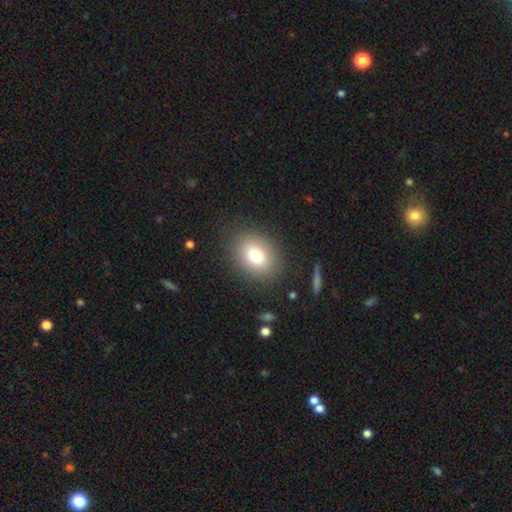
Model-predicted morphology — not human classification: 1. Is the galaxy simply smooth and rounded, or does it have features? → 79% smooth, 11% featured or disk, 10% star or artifact.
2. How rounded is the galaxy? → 62% in between, 37% round, 1% cigar-shaped.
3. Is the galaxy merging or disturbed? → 85% none, 9% minor disturbance, 4% major disturbance, 1% merger.